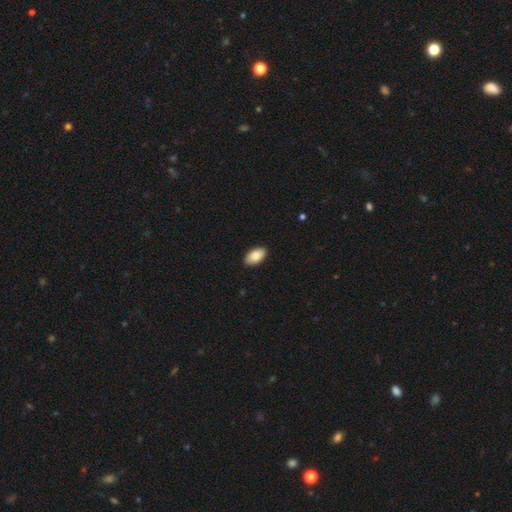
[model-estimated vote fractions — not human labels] This appears to be a smooth galaxy with no disk features (87%) that is in between round and cigar-shaped (95%). Merging: none (89%).